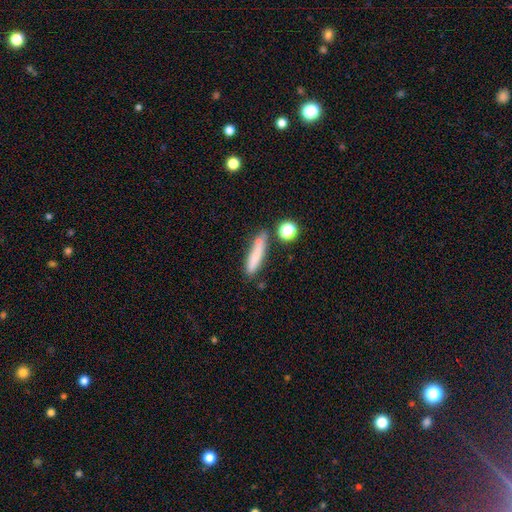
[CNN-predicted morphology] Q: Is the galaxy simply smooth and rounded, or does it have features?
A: smooth — 73%.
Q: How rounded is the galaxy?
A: cigar-shaped — 84%.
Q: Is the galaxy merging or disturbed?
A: none — 63%.